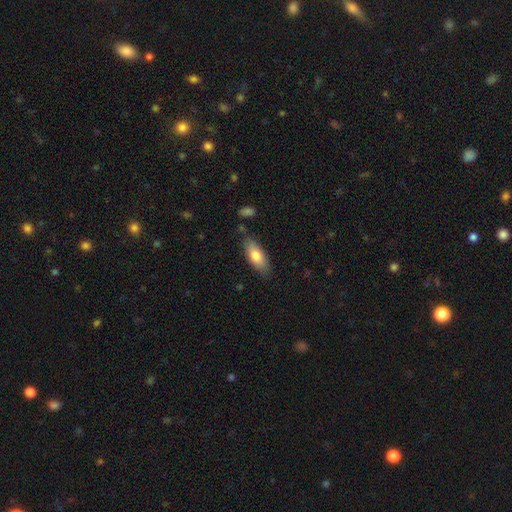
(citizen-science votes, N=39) smooth_or_featured: smooth (p=0.87) [alt: featured or disk p=0.08]
how_rounded: in between (p=0.88) [alt: cigar-shaped p=0.12]
merging: none (p=0.76) [alt: minor disturbance p=0.22]